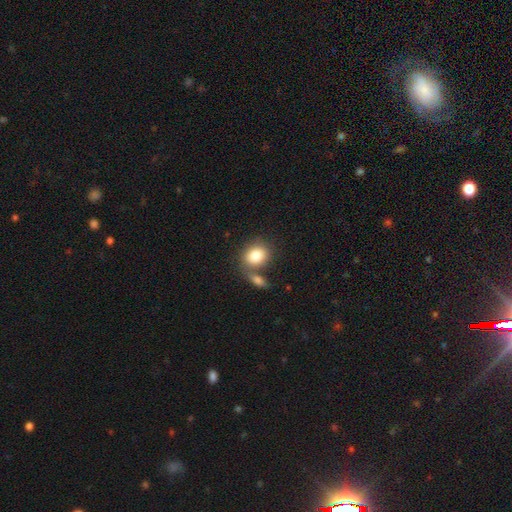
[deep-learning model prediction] Q: Smooth or featured?
A: smooth (82%); runner-up: featured or disk (10%)
Q: How rounded?
A: round (53%); runner-up: in between (46%)
Q: Merging?
A: none (49%); runner-up: merger (35%)